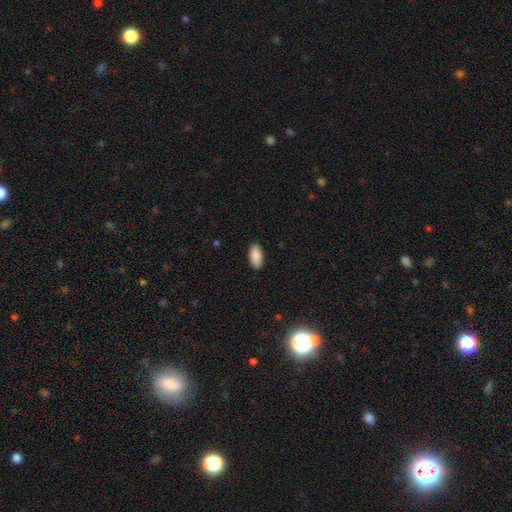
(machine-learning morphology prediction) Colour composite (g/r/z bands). It shows a smooth galaxy with no disk features (90%) that is in between round and cigar-shaped (93%). Merging: none (89%).